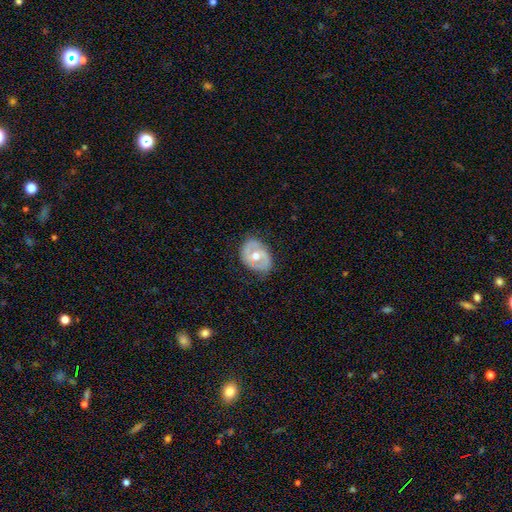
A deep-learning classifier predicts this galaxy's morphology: Smooth or featured? Predicted: featured or disk (p=0.68). Edge-on disk? Predicted: no (p=0.96). Bar? Predicted: no (p=0.52). Spiral arms? Predicted: yes (p=0.65). Bulge size? Predicted: moderate (p=0.77). Merging? Predicted: none (p=0.76).